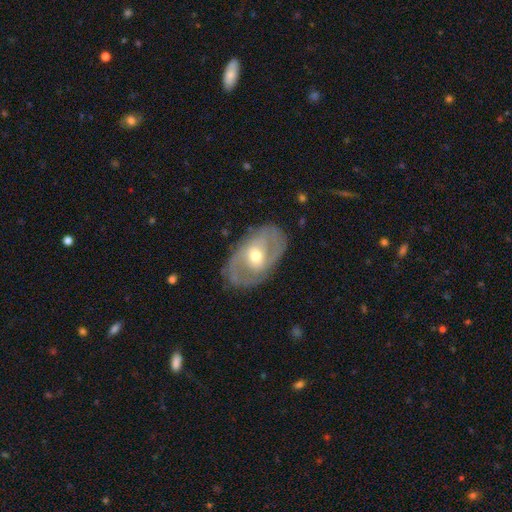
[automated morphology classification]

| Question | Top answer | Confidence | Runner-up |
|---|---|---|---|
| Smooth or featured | featured or disk | 77% | smooth (17%) |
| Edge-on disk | no | 94% | yes (6%) |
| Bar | weak | 42% | no (40%) |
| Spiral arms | yes | 80% | no (20%) |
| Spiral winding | medium | 44% | tight (37%) |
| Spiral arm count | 2 | 74% | can't tell (15%) |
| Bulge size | moderate | 66% | small (27%) |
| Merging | none | 79% | minor disturbance (14%) |